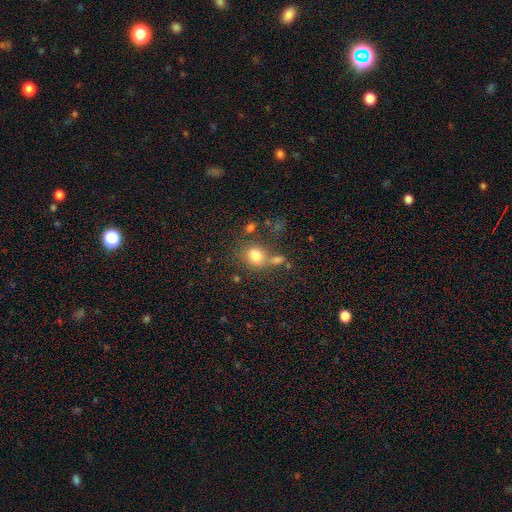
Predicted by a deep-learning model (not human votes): Overall: smooth (79%). How rounded: round (50%; in between 49%). Merging: none (54%; merger 23%).